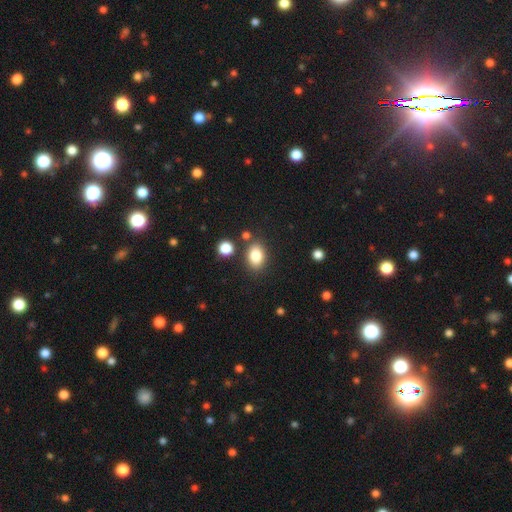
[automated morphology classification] A smooth galaxy with no disk features (84%) that is in between round and cigar-shaped (78%). Merging: none (79%).